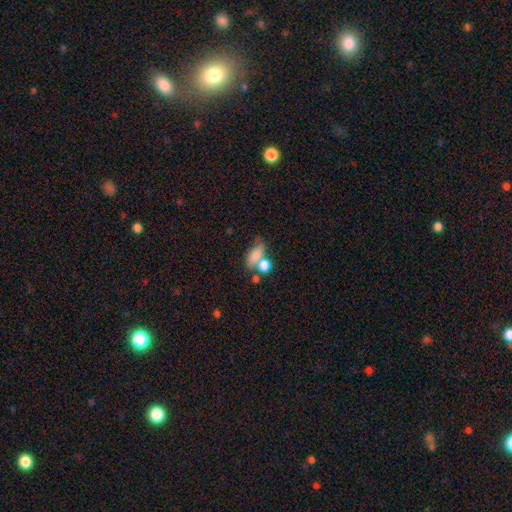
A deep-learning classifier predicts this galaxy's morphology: Smooth or featured? Predicted: smooth (p=0.72). How rounded? Predicted: in between (p=0.76). Merging? Predicted: merger (p=0.39).